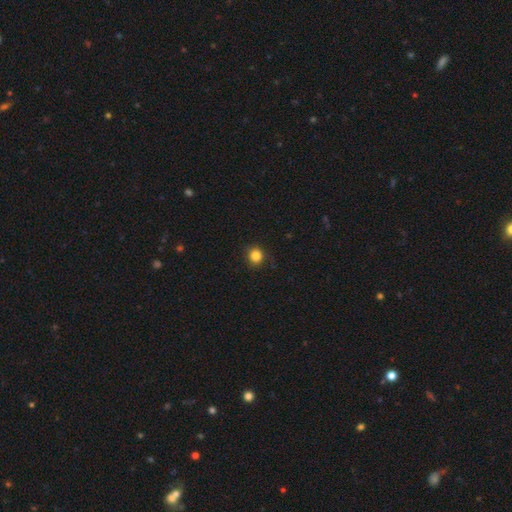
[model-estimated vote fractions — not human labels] Smooth or featured: smooth — 85% (star or artifact — 11%)
How rounded: round — 89% (in between — 10%)
Merging: none — 87% (minor disturbance — 10%)